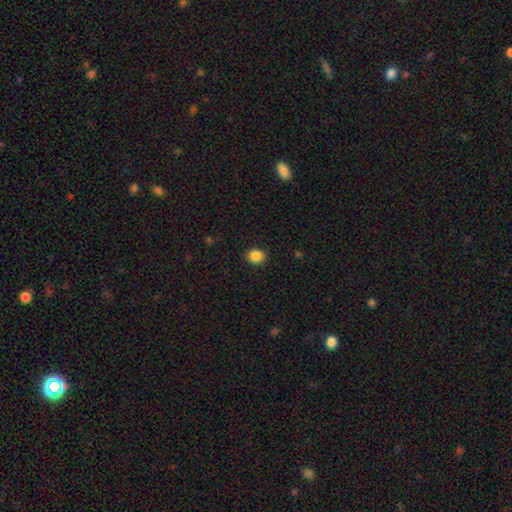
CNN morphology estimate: This appears to be a smooth galaxy with no disk features (86%) that is round (65%). Merging: none (91%).